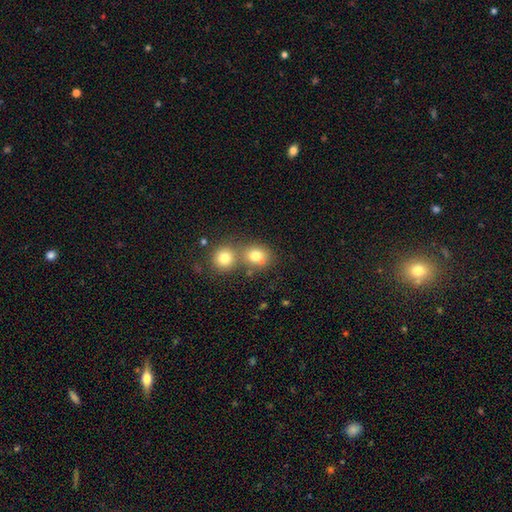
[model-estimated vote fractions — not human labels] Overall: smooth (77%). How rounded: round (71%). Merging: none (48%; merger 40%).